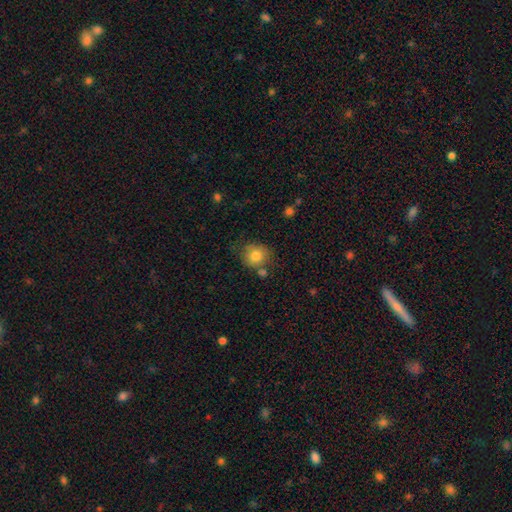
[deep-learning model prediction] This appears to be a smooth galaxy with no disk features (80%) that is round (79%). Merging: none (66%).